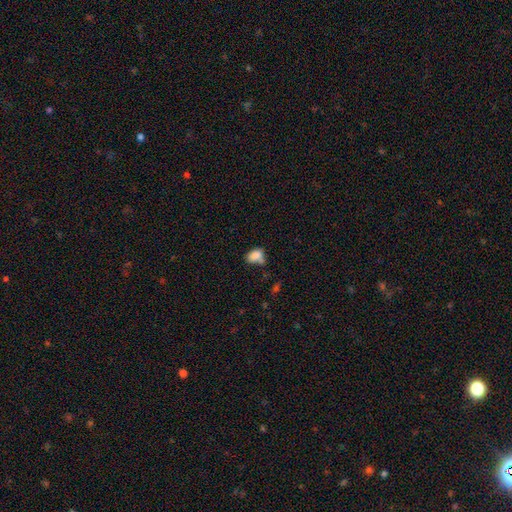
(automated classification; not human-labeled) Morphology: type=smooth (82%); roundness=in between (83%); merging=none (41%).